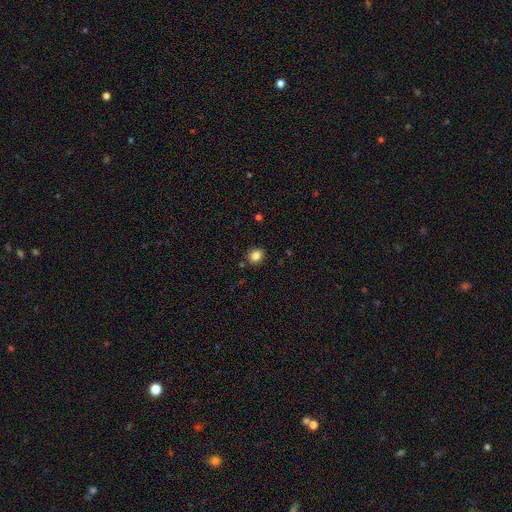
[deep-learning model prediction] smooth 84%, star or artifact 11%, featured or disk 5%. Down the decision tree: how rounded — round (75%); merging — none (88%).